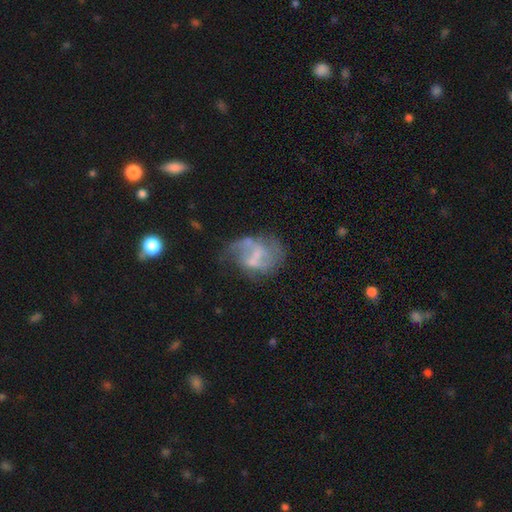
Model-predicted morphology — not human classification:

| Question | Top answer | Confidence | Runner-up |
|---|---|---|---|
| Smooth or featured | featured or disk | 66% | smooth (25%) |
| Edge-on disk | no | 98% | yes (2%) |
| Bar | no | 46% | weak (42%) |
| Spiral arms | yes | 58% | no (42%) |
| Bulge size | small | 40% | none (31%) |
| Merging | none | 35% | major disturbance (29%) |